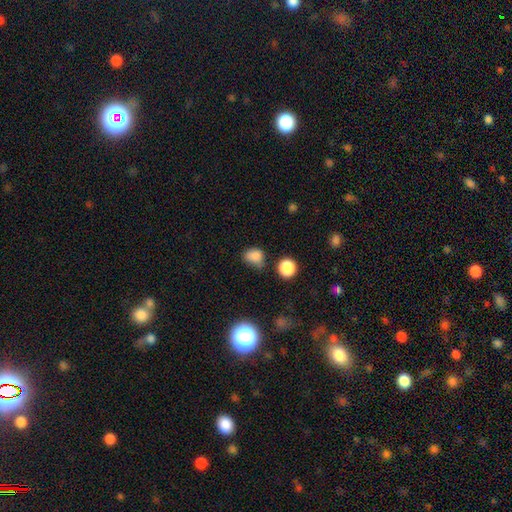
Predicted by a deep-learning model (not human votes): Smooth or featured: smooth — 80% (star or artifact — 15%)
How rounded: round — 54% (in between — 44%)
Merging: none — 52% (minor disturbance — 30%)